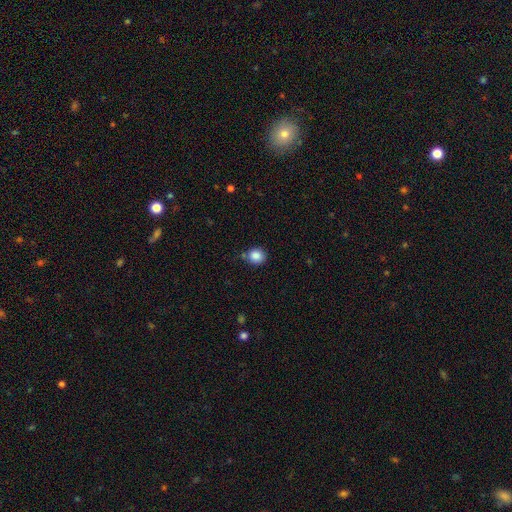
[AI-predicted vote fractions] This is clearly a smooth galaxy (86%). How rounded: clearly round (83%). Merging: likely none (75%).